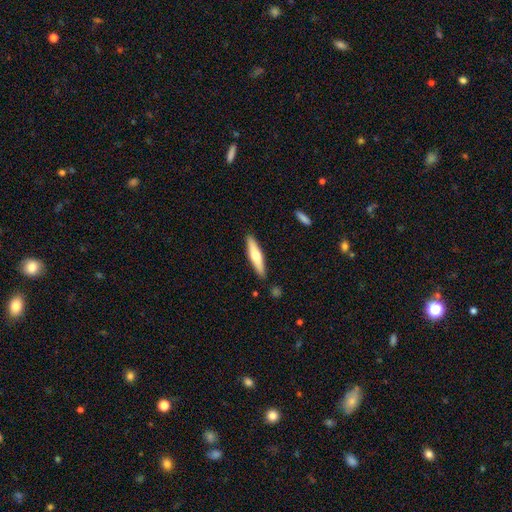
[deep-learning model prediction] Morphology: type=smooth (54%); roundness=cigar-shaped (80%); merging=none (88%).